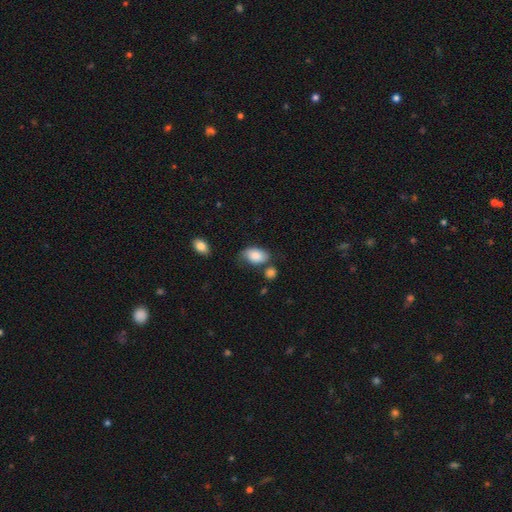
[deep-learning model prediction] Smooth or featured? Predicted: smooth (p=0.83). How rounded? Predicted: in between (p=0.91). Merging? Predicted: none (p=0.55).